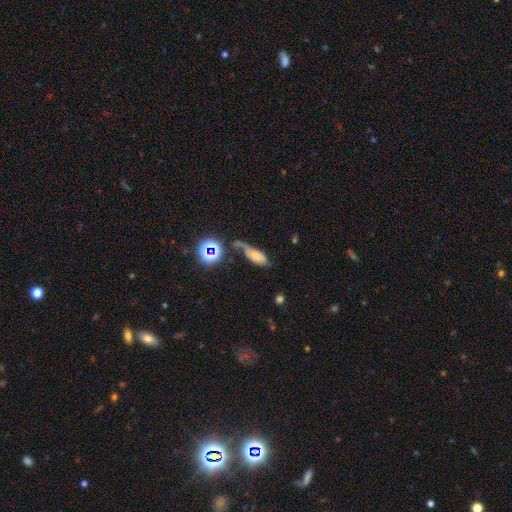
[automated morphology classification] The model was most divided on "merging": none: 32%, major disturbance: 29%, minor disturbance: 27%, merger: 13%. More confident: how rounded — in between (80%); smooth or featured — smooth (56%).